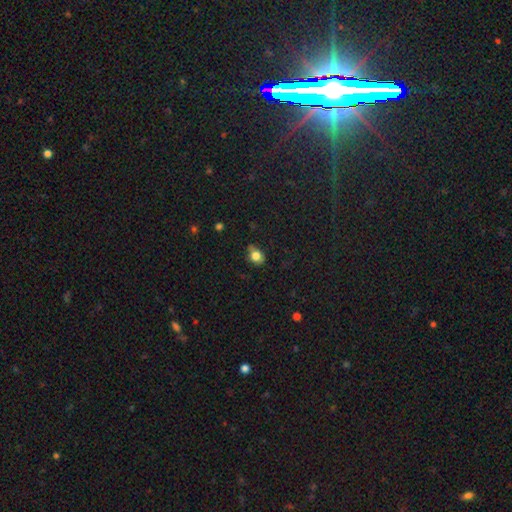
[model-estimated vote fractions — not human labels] The model was most divided on "how rounded": round: 50%, in between: 48%, cigar-shaped: 2%. More confident: smooth or featured — smooth (78%); merging — none (58%).